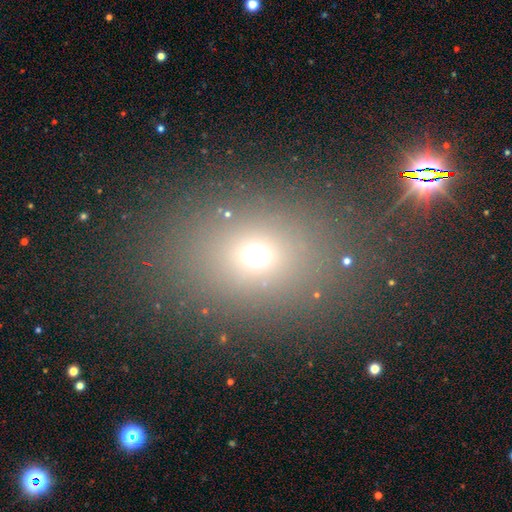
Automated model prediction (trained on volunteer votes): Overall: smooth (62%; star or artifact 27%). How rounded: round (53%; in between 44%). Merging: none (76%).